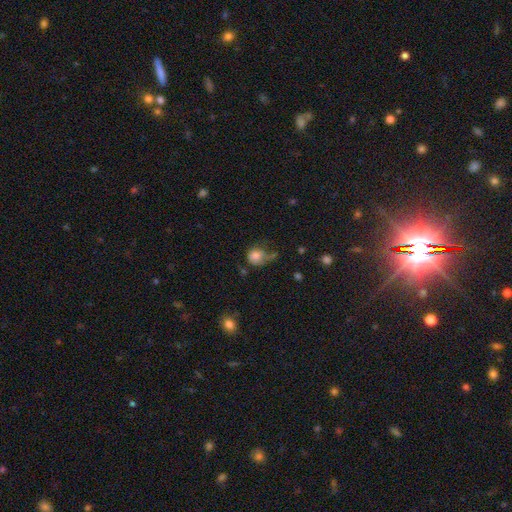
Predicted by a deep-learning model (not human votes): smooth 77%, featured or disk 13%, star or artifact 10%. Down the decision tree: how rounded — round (76%); merging — none (40%).